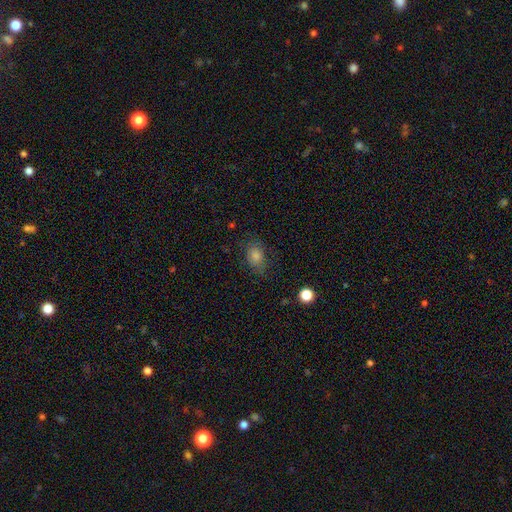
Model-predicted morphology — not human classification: Smooth or featured? Predicted: smooth (p=0.67). How rounded? Predicted: in between (p=0.69). Merging? Predicted: none (p=0.73).